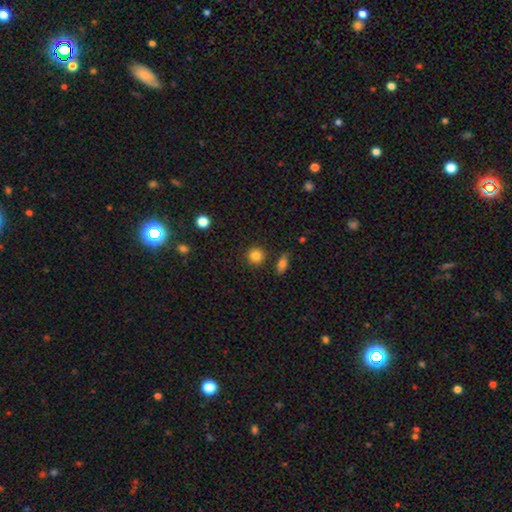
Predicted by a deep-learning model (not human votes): Smooth or featured?
  - smooth: 85% *
  - star or artifact: 10%
  - featured or disk: 5%
How rounded?
  - round: 90% *
  - in between: 9%
  - cigar-shaped: 1%
Merging?
  - none: 84% *
  - minor disturbance: 9%
  - merger: 4%
  - major disturbance: 3%